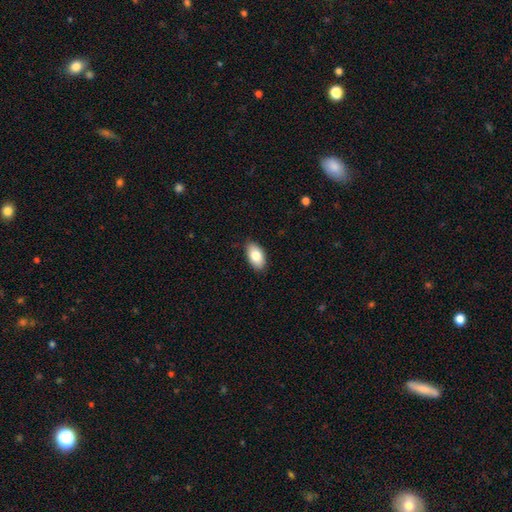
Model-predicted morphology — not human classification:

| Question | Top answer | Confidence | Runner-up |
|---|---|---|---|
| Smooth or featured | smooth | 82% | featured or disk (11%) |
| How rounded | in between | 94% | round (4%) |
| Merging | none | 87% | minor disturbance (10%) |